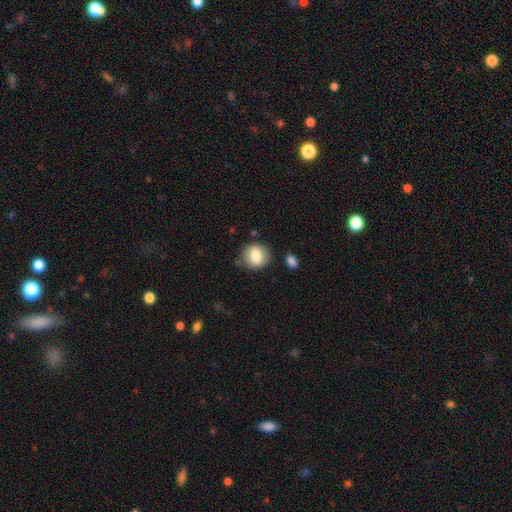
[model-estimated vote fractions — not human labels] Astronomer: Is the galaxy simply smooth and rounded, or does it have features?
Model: smooth — 80%.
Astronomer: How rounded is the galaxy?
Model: round — 74%.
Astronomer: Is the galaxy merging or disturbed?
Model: none — 80%.